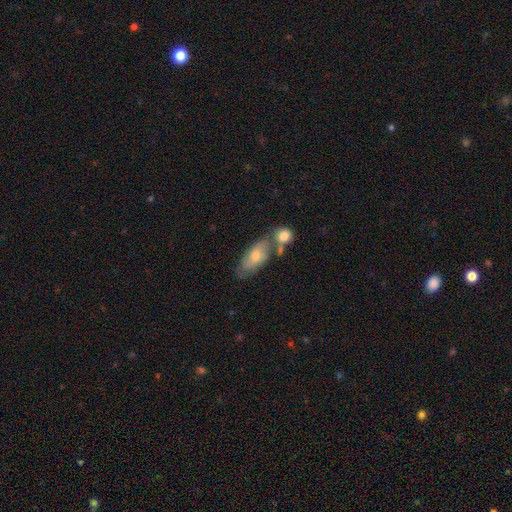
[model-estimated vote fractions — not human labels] smooth_or_featured: smooth (p=0.63) [alt: featured or disk p=0.31]
how_rounded: in between (p=0.85) [alt: cigar-shaped p=0.10]
merging: none (p=0.44) [alt: merger p=0.32]